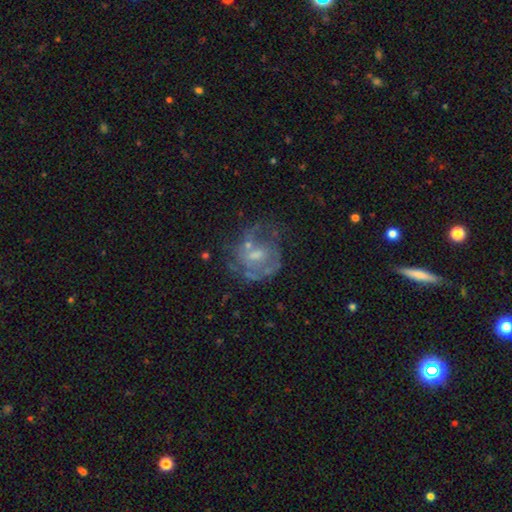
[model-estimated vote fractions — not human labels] A featured or disk galaxy (67%) with no bar (53%), spiral arms (53%) and a small central bulge (40%). Merging: none (42%).